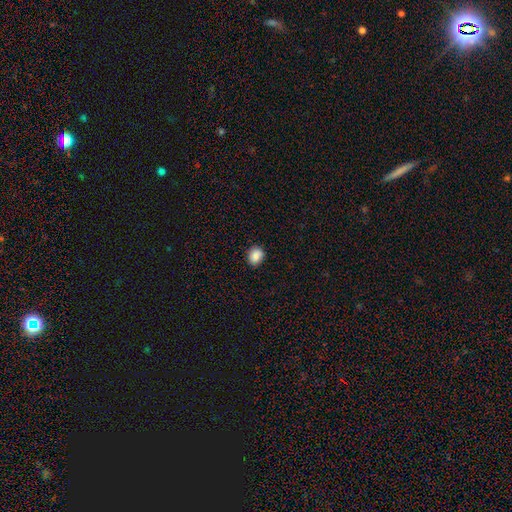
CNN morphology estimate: Overall: smooth (88%). How rounded: round (60%; in between 39%). Merging: none (85%).